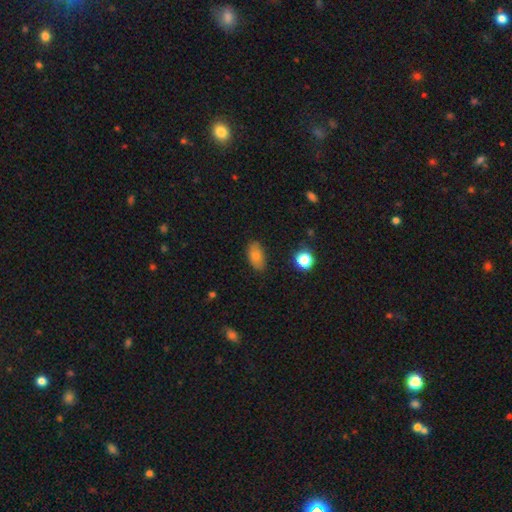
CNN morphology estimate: Overall: smooth (74%). How rounded: in between (89%). Merging: none (82%).